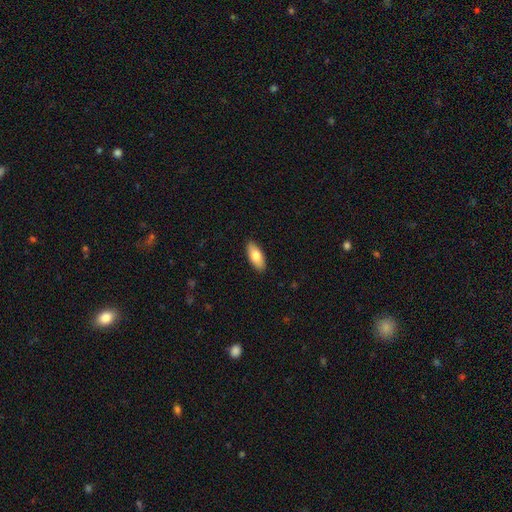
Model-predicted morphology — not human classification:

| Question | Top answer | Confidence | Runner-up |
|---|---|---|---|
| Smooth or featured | smooth | 77% | featured or disk (17%) |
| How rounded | in between | 88% | cigar-shaped (10%) |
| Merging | none | 90% | minor disturbance (8%) |